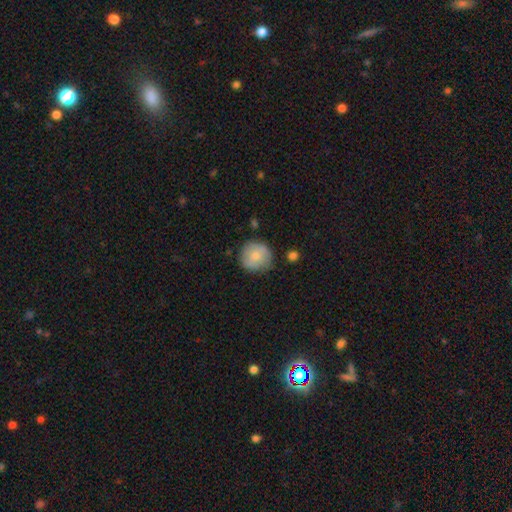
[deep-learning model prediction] Smooth or featured?
  - smooth: 69% *
  - featured or disk: 24%
  - star or artifact: 7%
How rounded?
  - round: 92% *
  - in between: 7%
  - cigar-shaped: 1%
Merging?
  - none: 77% *
  - minor disturbance: 17%
  - major disturbance: 4%
  - merger: 3%